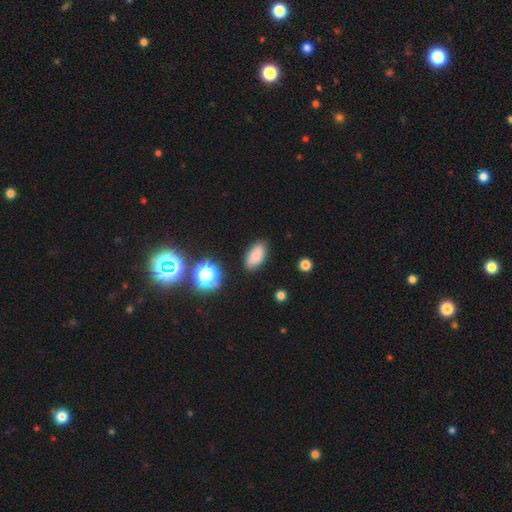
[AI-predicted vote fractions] A smooth galaxy with no disk features (78%) that is in between round and cigar-shaped (91%). Merging: none (83%).